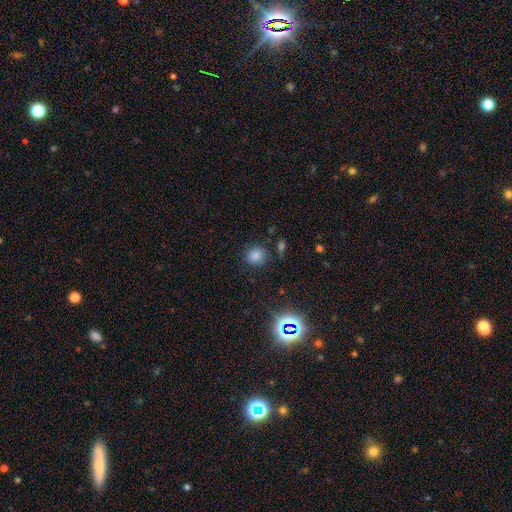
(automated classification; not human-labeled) smooth_or_featured: smooth (p=0.79) [alt: star or artifact p=0.16]
how_rounded: round (p=0.82) [alt: in between p=0.17]
merging: none (p=0.82) [alt: minor disturbance p=0.11]